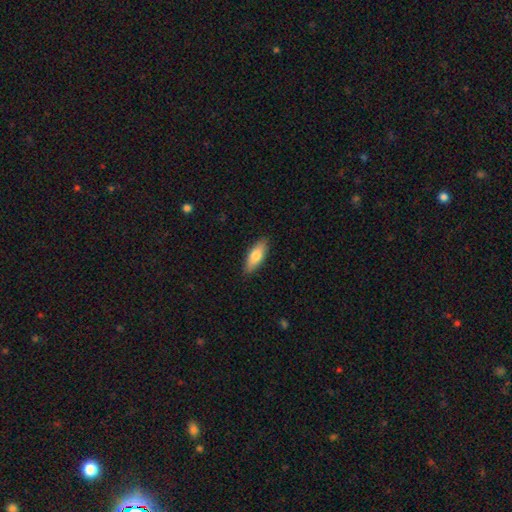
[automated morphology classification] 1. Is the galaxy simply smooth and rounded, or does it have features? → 75% smooth, 19% featured or disk, 6% star or artifact.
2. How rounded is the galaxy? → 65% in between, 33% cigar-shaped, 2% round.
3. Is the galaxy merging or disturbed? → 88% none, 9% minor disturbance, 2% major disturbance, 1% merger.